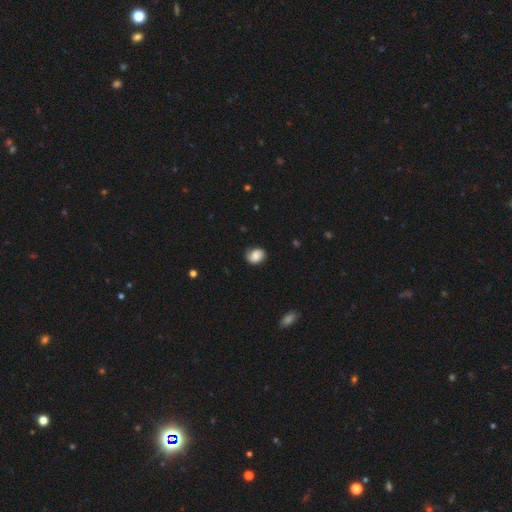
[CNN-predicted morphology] Smooth or featured? smooth (75%)
How rounded? in between (52%)
Merging? none (75%)